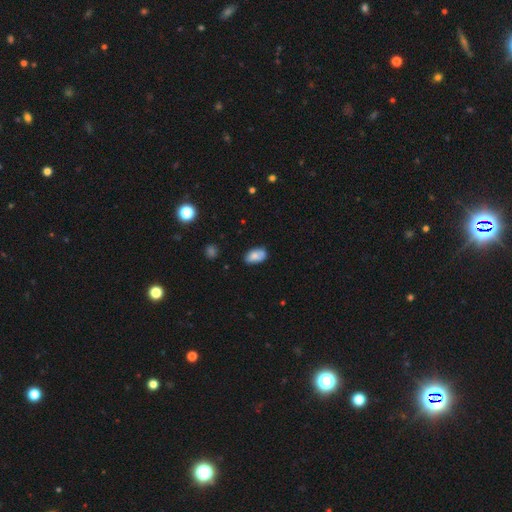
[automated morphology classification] Q: Smooth or featured?
A: smooth (76%); runner-up: featured or disk (16%)
Q: How rounded?
A: in between (91%); runner-up: round (7%)
Q: Merging?
A: none (59%); runner-up: minor disturbance (28%)